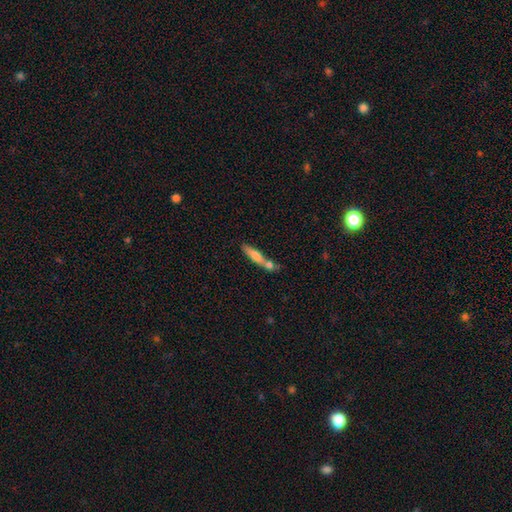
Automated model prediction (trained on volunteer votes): smooth-or-featured: smooth: 66% | featured or disk: 27% | star or artifact: 7%
  how-rounded: cigar-shaped: 81% | in between: 16% | round: 3%
  merging: none: 43% | merger: 39% | minor disturbance: 13% | major disturbance: 5%